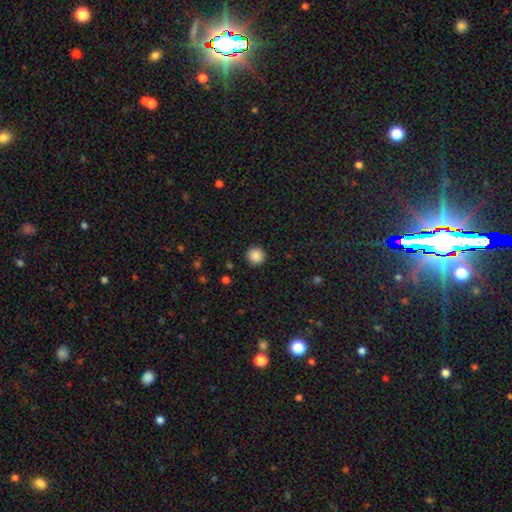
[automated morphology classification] smooth 88%, star or artifact 9%, featured or disk 3%. Down the decision tree: how rounded — round (95%); merging — none (93%).